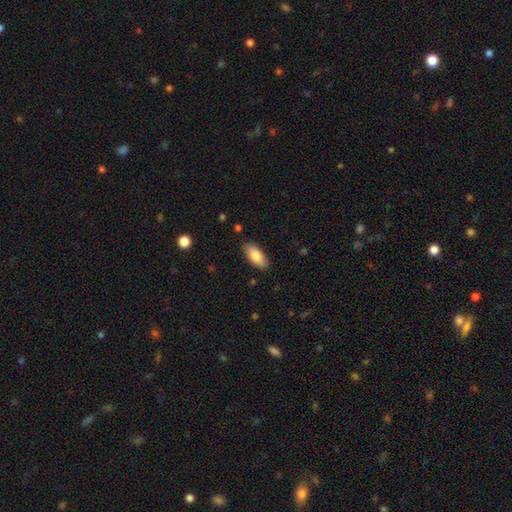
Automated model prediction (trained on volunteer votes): Smooth or featured? Predicted: smooth (p=0.83). How rounded? Predicted: in between (p=0.87). Merging? Predicted: none (p=0.85).